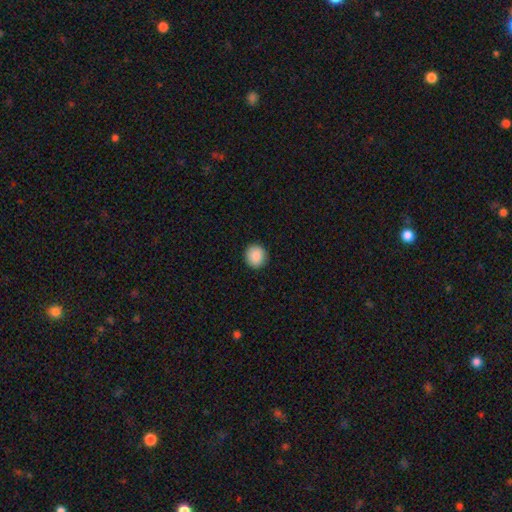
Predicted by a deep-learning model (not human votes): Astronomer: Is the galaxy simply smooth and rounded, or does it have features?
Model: smooth — 89%.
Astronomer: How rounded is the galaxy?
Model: round — 91%.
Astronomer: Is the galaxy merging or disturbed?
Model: none — 92%.